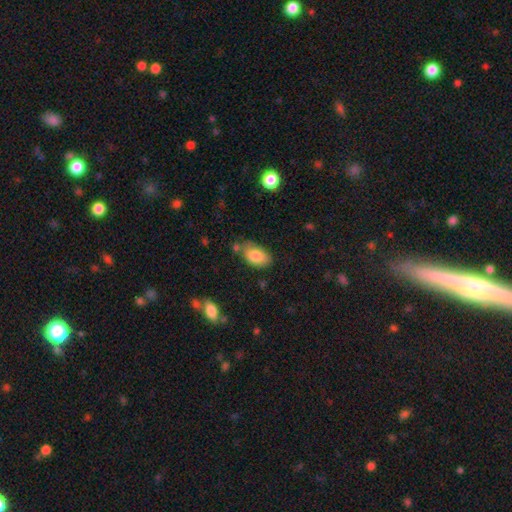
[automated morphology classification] Smooth or featured: smooth — 82% (featured or disk — 11%)
How rounded: in between — 92% (round — 6%)
Merging: none — 64% (minor disturbance — 24%)